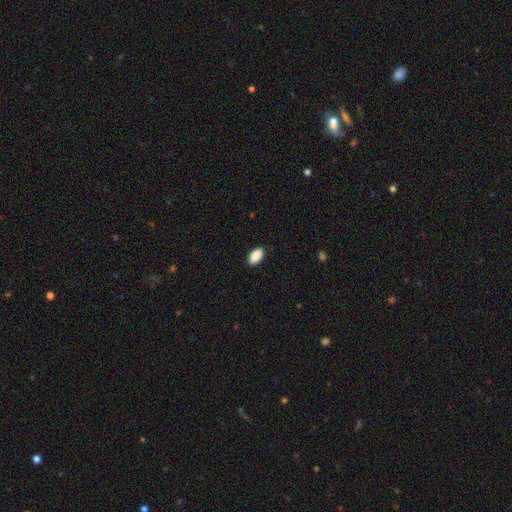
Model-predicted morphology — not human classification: smooth-or-featured: smooth: 90% | star or artifact: 7% | featured or disk: 4%
  how-rounded: in between: 94% | round: 3% | cigar-shaped: 3%
  merging: none: 89% | minor disturbance: 8% | major disturbance: 2% | merger: 1%